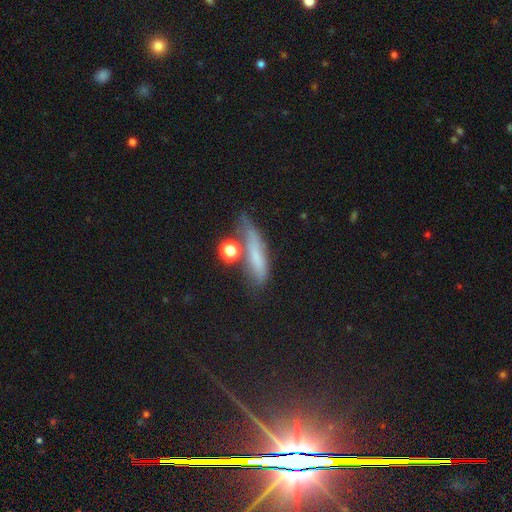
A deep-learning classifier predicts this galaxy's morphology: A smooth galaxy with no disk features (57%) that is cigar-shaped (61%). Merging: none (50%).